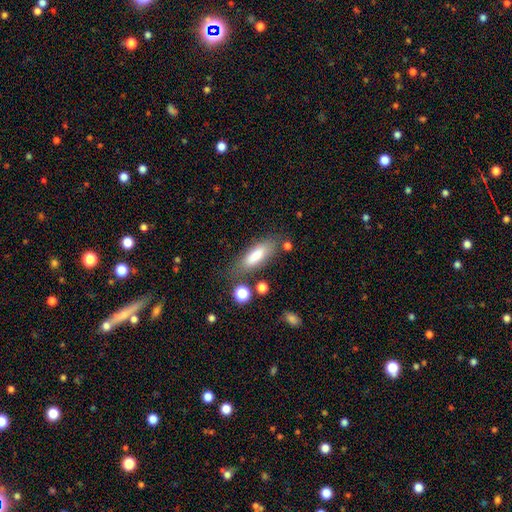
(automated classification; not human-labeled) A smooth galaxy with no disk features (78%) that is in between round and cigar-shaped (59%). Merging: none (70%).